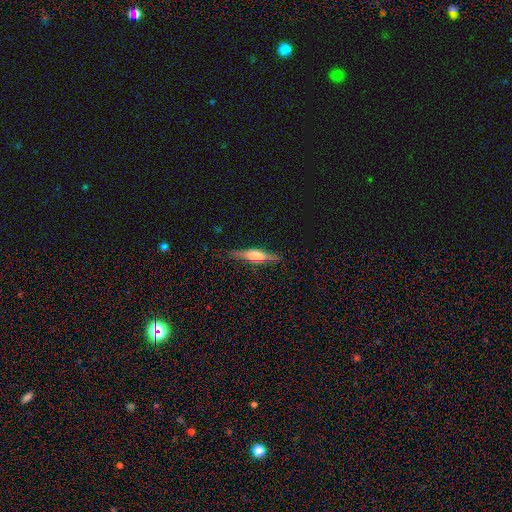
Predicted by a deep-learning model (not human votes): The model was most divided on "smooth or featured": featured or disk: 62%, smooth: 32%, star or artifact: 6%. More confident: edge-on disk — yes (96%); merging — none (85%); edge-on bulge — rounded (81%).